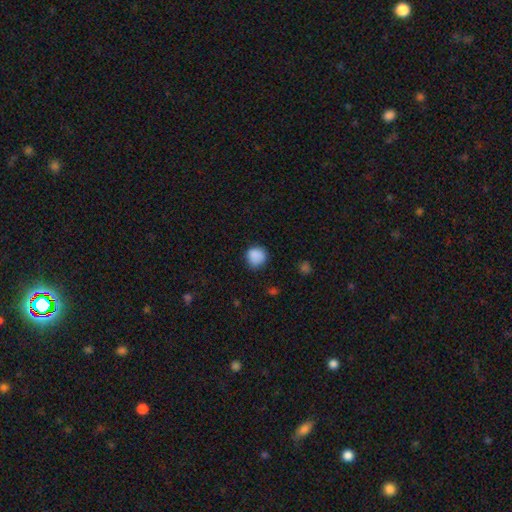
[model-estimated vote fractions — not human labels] This appears to be a smooth galaxy with no disk features (87%) that is round (87%). Merging: none (76%).